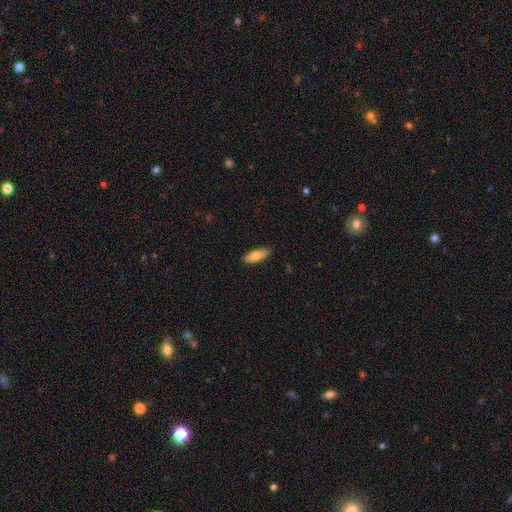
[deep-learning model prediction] Smooth or featured? smooth (73%)
How rounded? in between (65%)
Merging? none (89%)